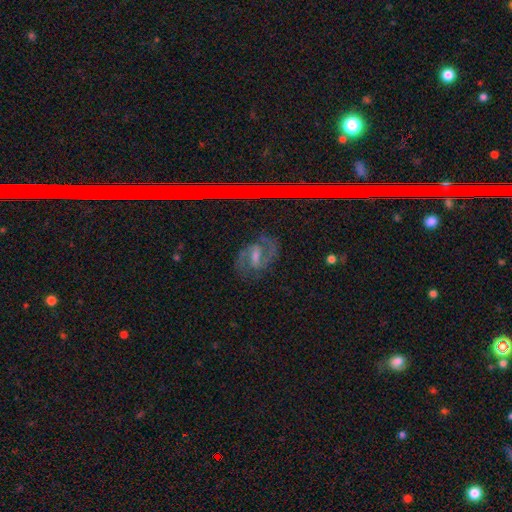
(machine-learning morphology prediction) A featured or disk galaxy (81%) with a weak bar (49%), 2 (89%) medium (51%) spiral arms (94%) and a small central bulge (43%).

Vote fractions:
- Smooth or featured? featured or disk: 81% / smooth: 10% / star or artifact: 9%
- Edge-on disk? no: 95% / yes: 5%
- Bar? weak: 49% / strong: 38% / no: 13%
- Spiral arms? yes: 94% / no: 6%
- Spiral winding? medium: 51% / loose: 25% / tight: 24%
- Spiral arm count? 2: 89% / can't tell: 6% / 3: 2% / 1: 2% / 4: 1% / more than 4: 1%
- Bulge size? small: 43% / moderate: 38% / none: 14% / large: 4% / dominant: 1%
- Merging? none: 79% / minor disturbance: 13% / major disturbance: 6% / merger: 2%